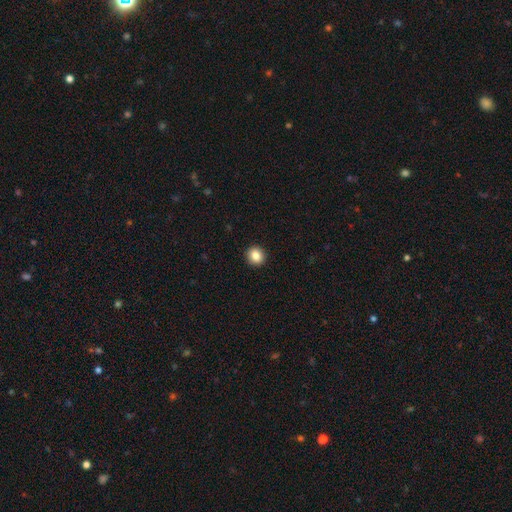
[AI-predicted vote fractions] The model was most divided on "how rounded": round: 85%, in between: 14%, cigar-shaped: 1%. More confident: merging — none (93%); smooth or featured — smooth (86%).